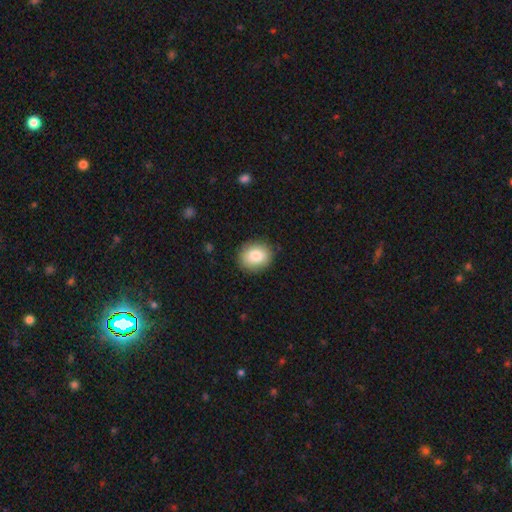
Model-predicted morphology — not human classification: Smooth or featured: smooth — 84% (star or artifact — 8%)
How rounded: round — 59% (in between — 40%)
Merging: none — 87% (minor disturbance — 9%)